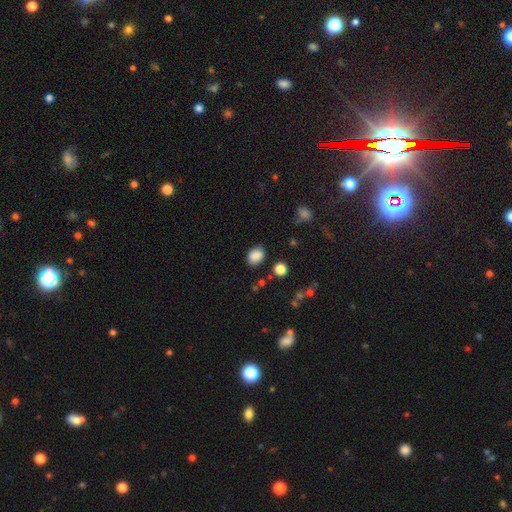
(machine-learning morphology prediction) smooth 86%, star or artifact 9%, featured or disk 4%. Down the decision tree: how rounded — in between (64%); merging — none (82%).